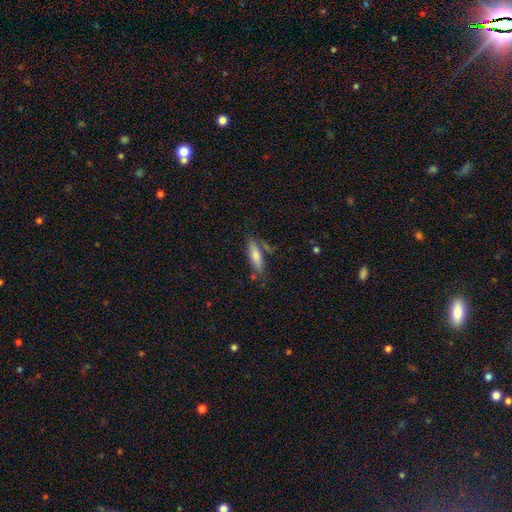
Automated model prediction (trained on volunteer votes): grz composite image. It shows a smooth galaxy with no disk features (76%) that is cigar-shaped (58%). Merging: none (69%).